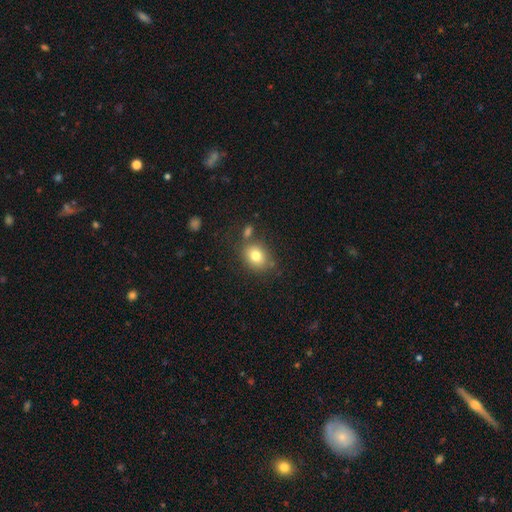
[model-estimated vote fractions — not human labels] Q: Smooth or featured?
A: smooth (78%); runner-up: featured or disk (11%)
Q: How rounded?
A: round (50%); runner-up: in between (49%)
Q: Merging?
A: none (69%); runner-up: minor disturbance (14%)